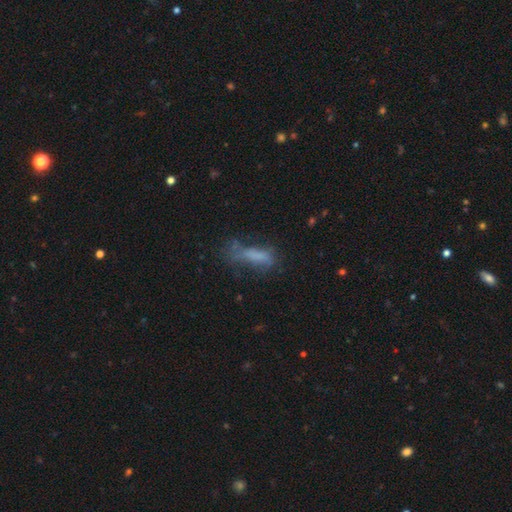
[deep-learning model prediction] A smooth galaxy with no disk features (58%) that is cigar-shaped (56%). Merging: none (38%).